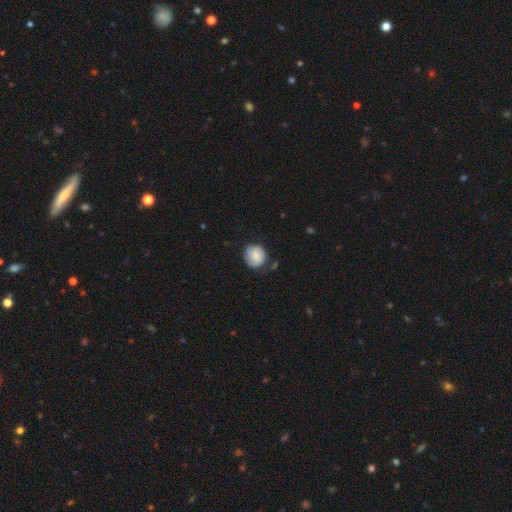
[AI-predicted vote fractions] Smooth or featured?
  - smooth: 67% *
  - featured or disk: 25%
  - star or artifact: 8%
How rounded?
  - round: 80% *
  - in between: 19%
  - cigar-shaped: 1%
Merging?
  - none: 69% *
  - minor disturbance: 22%
  - major disturbance: 6%
  - merger: 3%